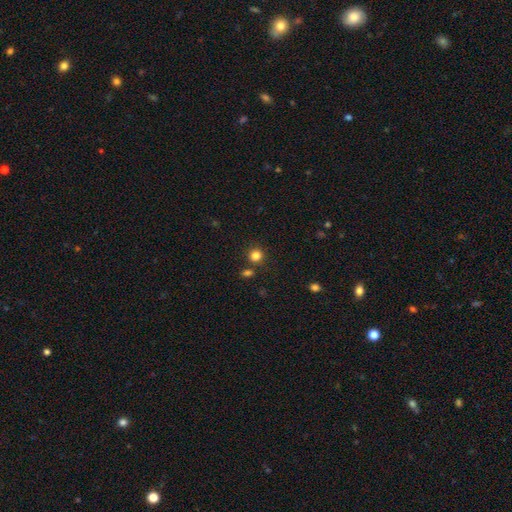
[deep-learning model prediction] Smooth or featured? smooth (83%)
How rounded? round (89%)
Merging? none (80%)